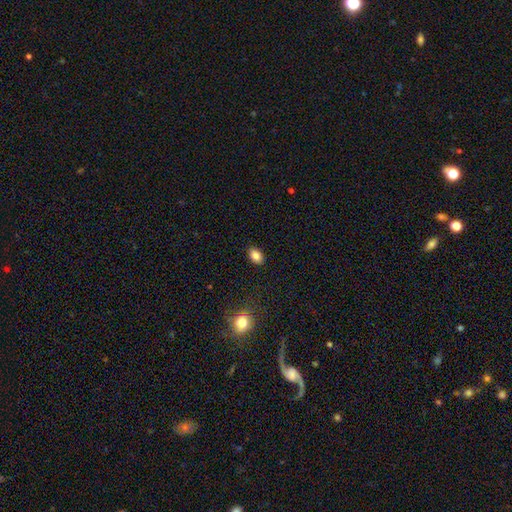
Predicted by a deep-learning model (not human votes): This is clearly a smooth galaxy (84%). How rounded: clearly in between (84%). Merging: clearly none (89%).